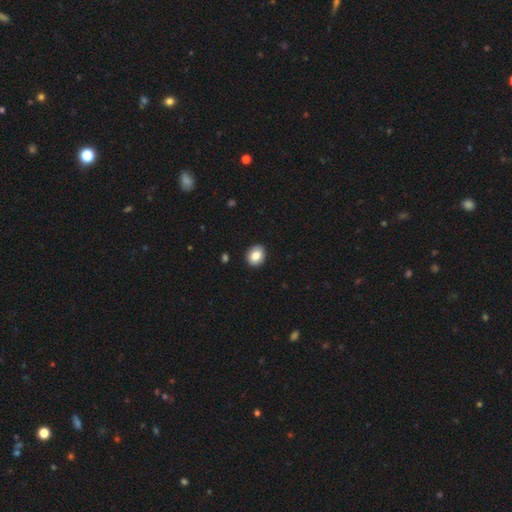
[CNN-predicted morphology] A smooth galaxy with no disk features (81%) that is round (54%). Merging: none (90%).